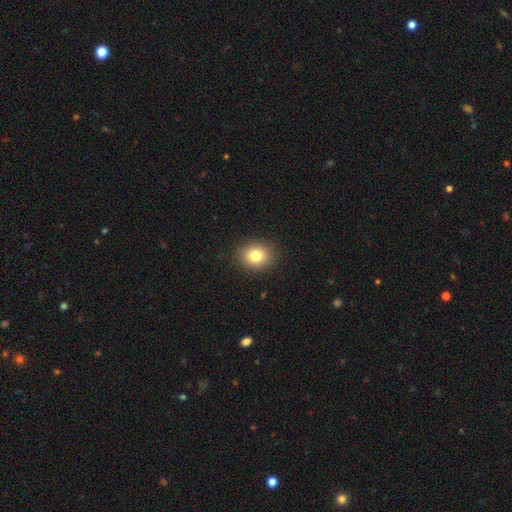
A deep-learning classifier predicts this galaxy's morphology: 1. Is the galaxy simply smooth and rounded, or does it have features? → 81% smooth, 11% star or artifact, 9% featured or disk.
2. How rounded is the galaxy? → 65% round, 34% in between, 1% cigar-shaped.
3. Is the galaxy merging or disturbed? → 90% none, 7% minor disturbance, 2% major disturbance, 1% merger.